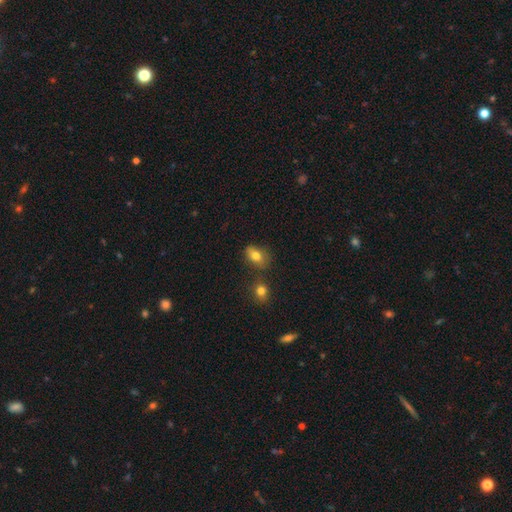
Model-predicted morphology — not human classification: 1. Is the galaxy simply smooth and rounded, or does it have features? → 78% smooth, 11% featured or disk, 10% star or artifact.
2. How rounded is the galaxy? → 81% in between, 17% round, 3% cigar-shaped.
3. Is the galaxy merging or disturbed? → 64% none, 20% minor disturbance, 11% merger, 5% major disturbance.